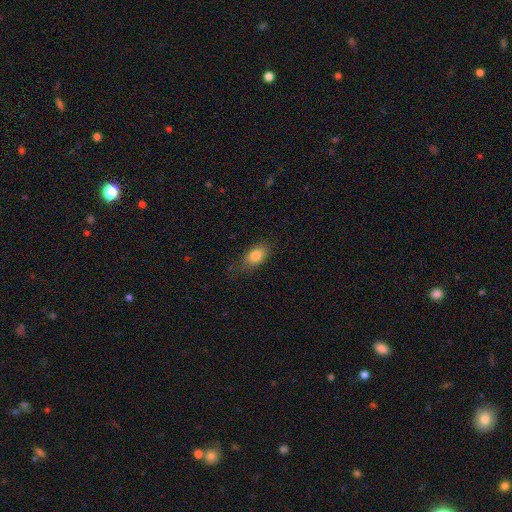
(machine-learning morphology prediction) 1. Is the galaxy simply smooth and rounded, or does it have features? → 82% smooth, 9% featured or disk, 9% star or artifact.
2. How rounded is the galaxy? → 84% in between, 13% round, 4% cigar-shaped.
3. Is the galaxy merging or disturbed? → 74% none, 20% minor disturbance, 5% major disturbance, 1% merger.